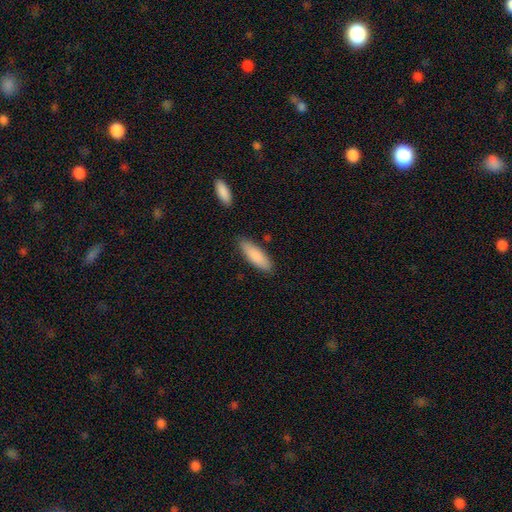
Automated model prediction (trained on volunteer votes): smooth 86%, featured or disk 9%, star or artifact 6%. Down the decision tree: how rounded — cigar-shaped (52%); merging — none (83%).